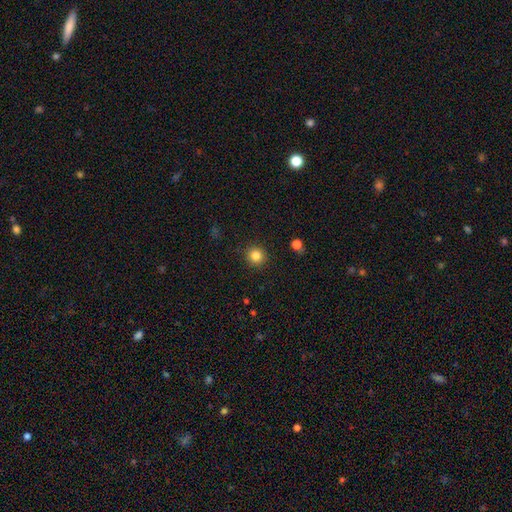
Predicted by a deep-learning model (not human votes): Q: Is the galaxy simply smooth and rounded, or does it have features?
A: smooth — 85%.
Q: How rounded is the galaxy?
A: round — 94%.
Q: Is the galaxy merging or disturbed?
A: none — 91%.